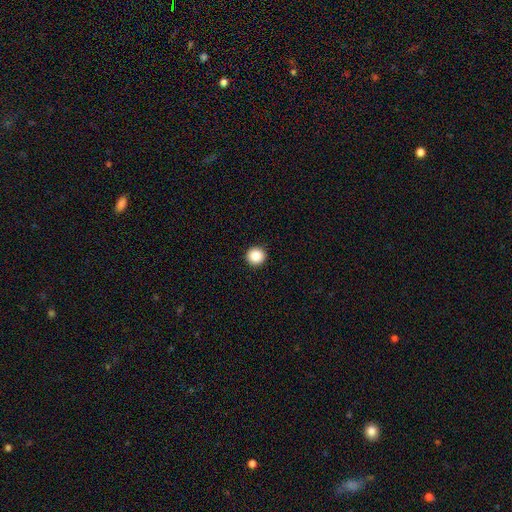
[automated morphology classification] Smooth or featured: smooth — 87% (star or artifact — 9%)
How rounded: round — 95% (in between — 4%)
Merging: none — 93% (minor disturbance — 4%)